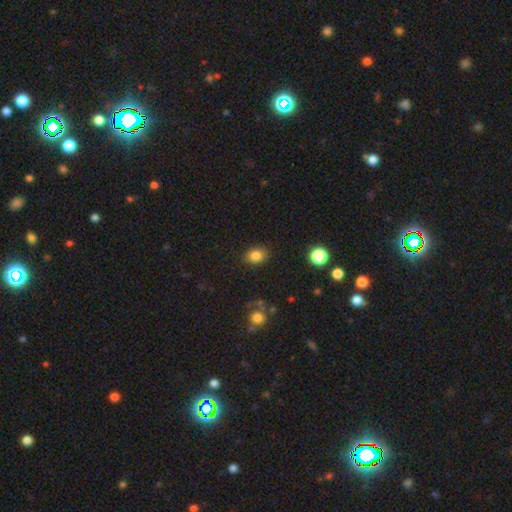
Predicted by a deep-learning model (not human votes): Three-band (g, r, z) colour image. It shows a smooth galaxy with no disk features (83%) that is in between round and cigar-shaped (65%). Merging: none (84%).